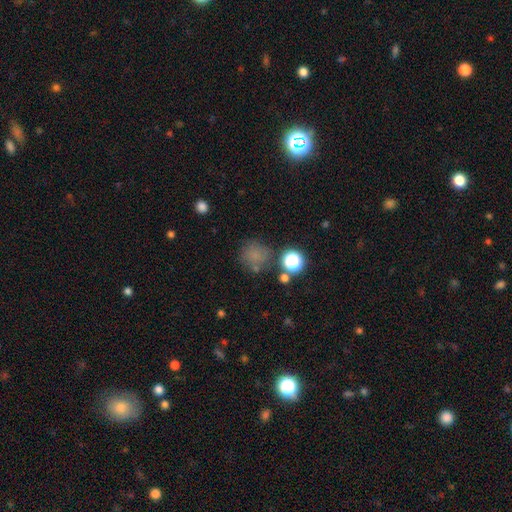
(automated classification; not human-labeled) This is likely a smooth galaxy (69%). How rounded: clearly round (89%). Merging: likely none (68%).